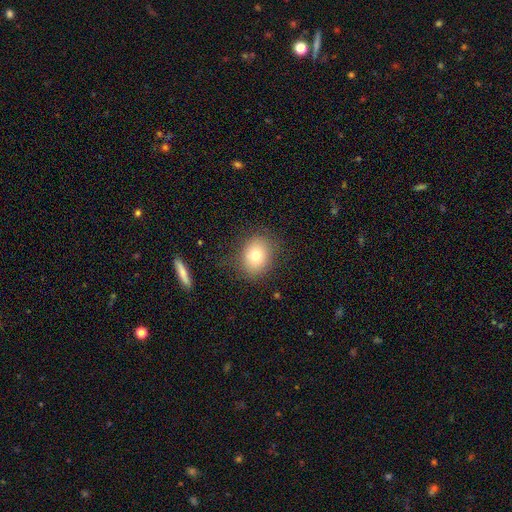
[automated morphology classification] Smooth or featured? Predicted: smooth (p=0.75). How rounded? Predicted: round (p=0.53). Merging? Predicted: none (p=0.81).